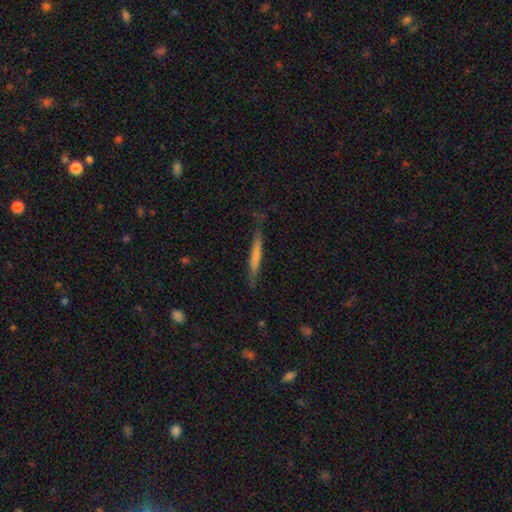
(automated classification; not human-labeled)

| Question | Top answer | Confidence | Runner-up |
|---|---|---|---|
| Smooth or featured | smooth | 62% | featured or disk (33%) |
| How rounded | cigar-shaped | 95% | in between (4%) |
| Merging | none | 75% | minor disturbance (19%) |